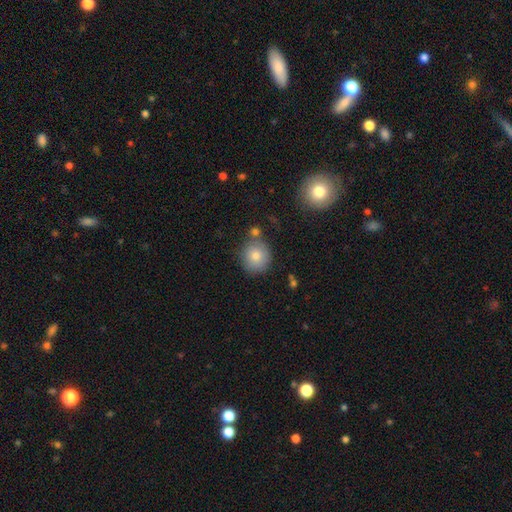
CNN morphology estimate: type=smooth (78%); roundness=round (87%); merging=none (76%).